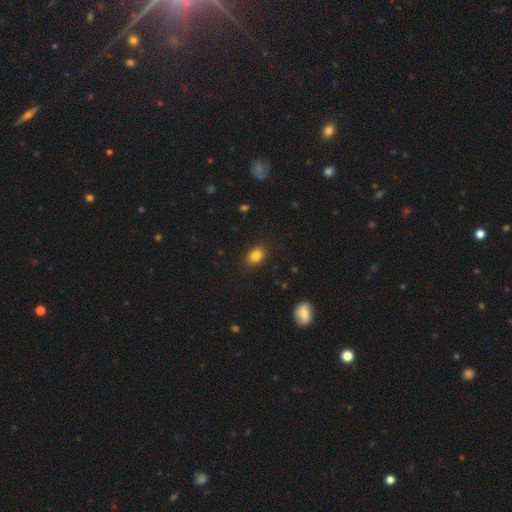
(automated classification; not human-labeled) A smooth galaxy with no disk features (84%) that is in between round and cigar-shaped (74%).

Vote fractions:
- Smooth or featured? smooth: 84% / star or artifact: 10% / featured or disk: 6%
- How rounded? in between: 74% / round: 24% / cigar-shaped: 1%
- Merging? none: 87% / minor disturbance: 9% / major disturbance: 2% / merger: 1%